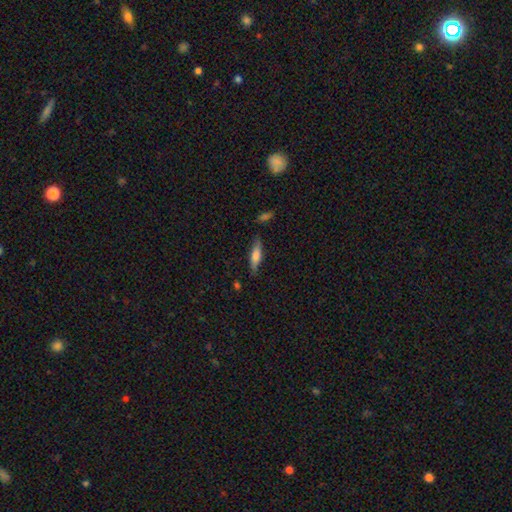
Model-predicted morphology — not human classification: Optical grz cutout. It shows a smooth galaxy with no disk features (64%) that is cigar-shaped (67%). Merging: none (78%).